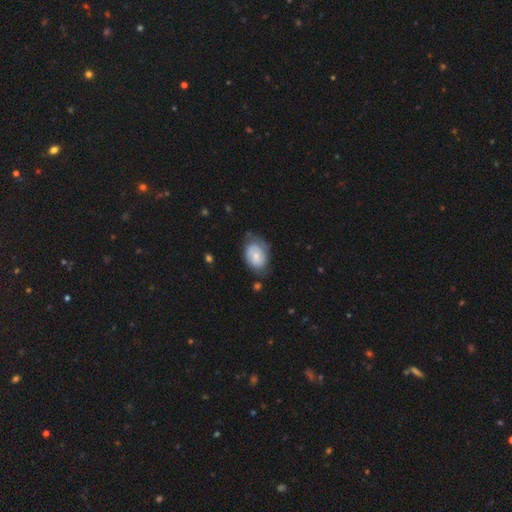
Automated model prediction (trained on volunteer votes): A smooth galaxy with no disk features (52%) that is in between round and cigar-shaped (78%). Merging: none (51%).